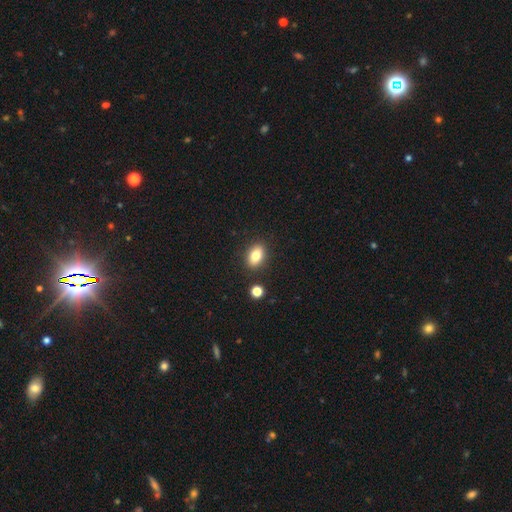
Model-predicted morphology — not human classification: This is clearly a smooth galaxy (81%). How rounded: clearly in between (84%). Merging: clearly none (86%).